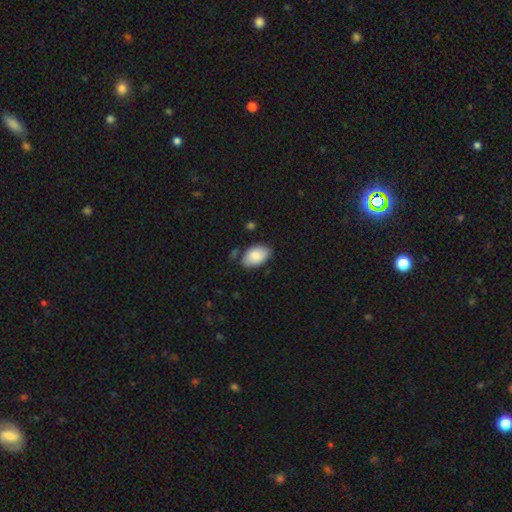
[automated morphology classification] A smooth galaxy with no disk features (88%) that is in between round and cigar-shaped (92%). Merging: none (73%).